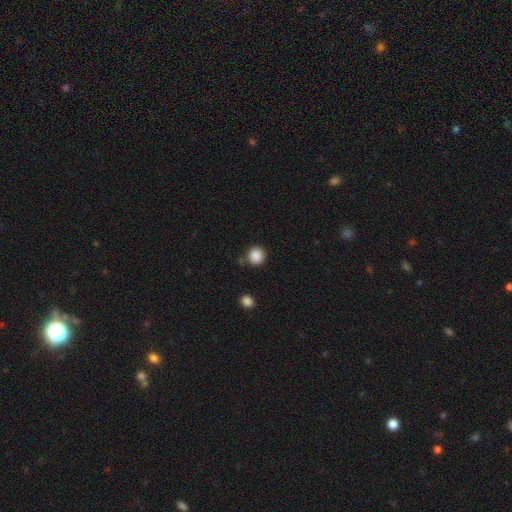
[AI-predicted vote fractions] Q: Smooth or featured?
A: smooth (88%); runner-up: star or artifact (9%)
Q: How rounded?
A: round (89%); runner-up: in between (10%)
Q: Merging?
A: none (80%); runner-up: minor disturbance (11%)